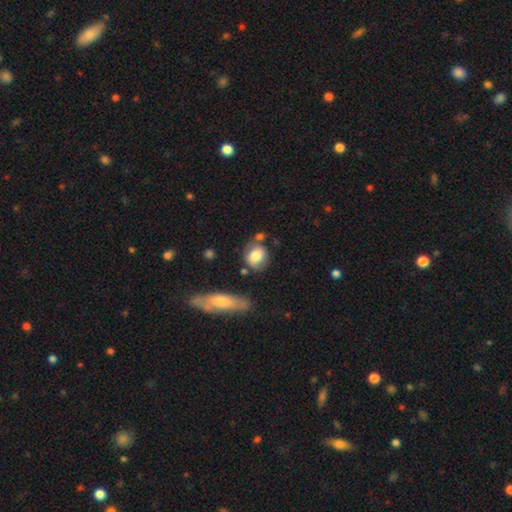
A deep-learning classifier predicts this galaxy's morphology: smooth-or-featured: smooth: 76% | featured or disk: 16% | star or artifact: 8%
  how-rounded: round: 51% | in between: 46% | cigar-shaped: 3%
  merging: none: 62% | minor disturbance: 18% | merger: 14% | major disturbance: 6%